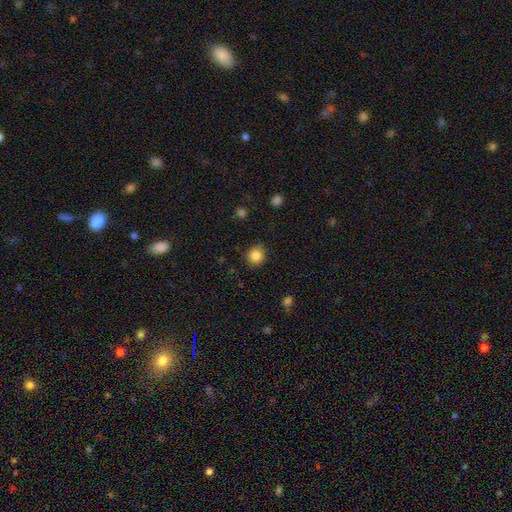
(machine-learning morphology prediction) The model was most divided on "merging": none: 81%, minor disturbance: 14%, major disturbance: 3%, merger: 2%. More confident: how rounded — round (90%); smooth or featured — smooth (84%).